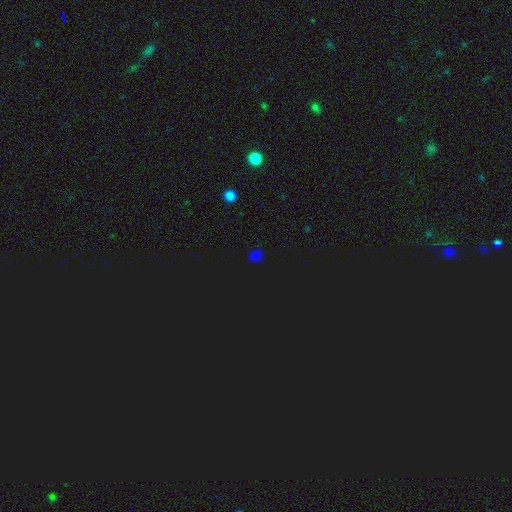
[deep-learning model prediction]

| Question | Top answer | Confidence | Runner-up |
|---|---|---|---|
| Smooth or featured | smooth | 54% | star or artifact (42%) |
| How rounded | round | 82% | in between (16%) |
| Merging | none | 86% | minor disturbance (10%) |